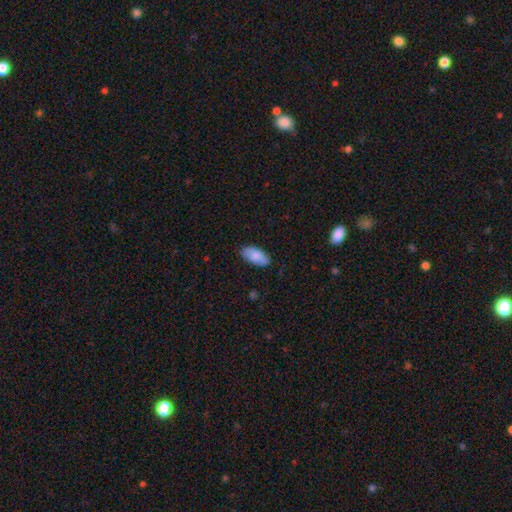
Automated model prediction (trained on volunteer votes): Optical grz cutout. It shows a smooth galaxy with no disk features (81%) that is in between round and cigar-shaped (94%). Merging: none (83%).